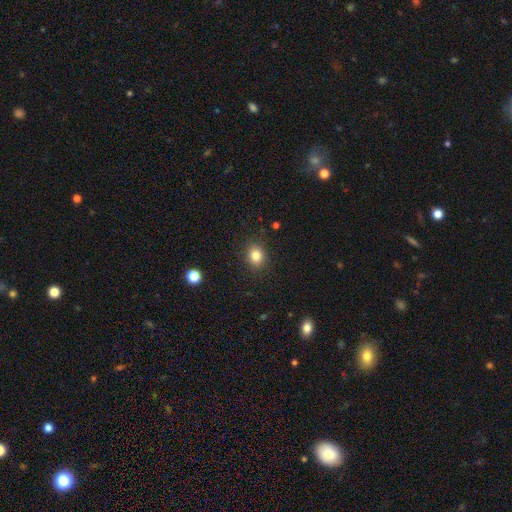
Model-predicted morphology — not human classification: The model was most divided on "how rounded": round: 63%, in between: 36%, cigar-shaped: 1%. More confident: merging — none (88%); smooth or featured — smooth (82%).